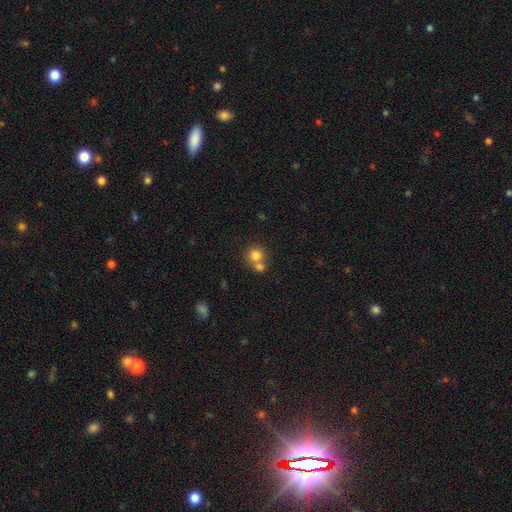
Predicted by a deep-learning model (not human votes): Smooth or featured?
  - smooth: 77% *
  - featured or disk: 12%
  - star or artifact: 11%
How rounded?
  - round: 88% *
  - in between: 11%
  - cigar-shaped: 1%
Merging?
  - merger: 46% *
  - none: 45%
  - minor disturbance: 6%
  - major disturbance: 2%